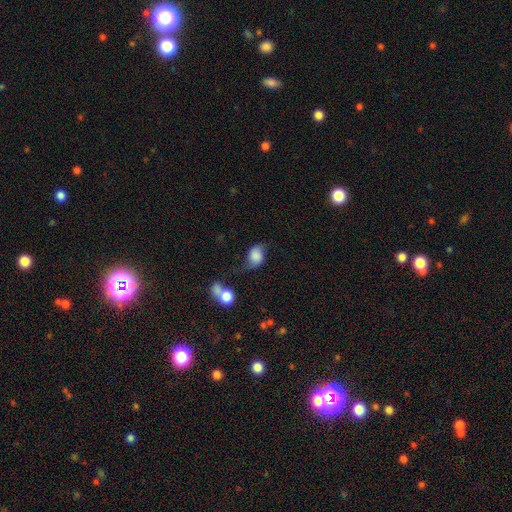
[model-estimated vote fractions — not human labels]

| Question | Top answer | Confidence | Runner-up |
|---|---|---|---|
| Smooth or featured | smooth | 69% | featured or disk (21%) |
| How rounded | in between | 66% | round (32%) |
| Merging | none | 44% | minor disturbance (28%) |